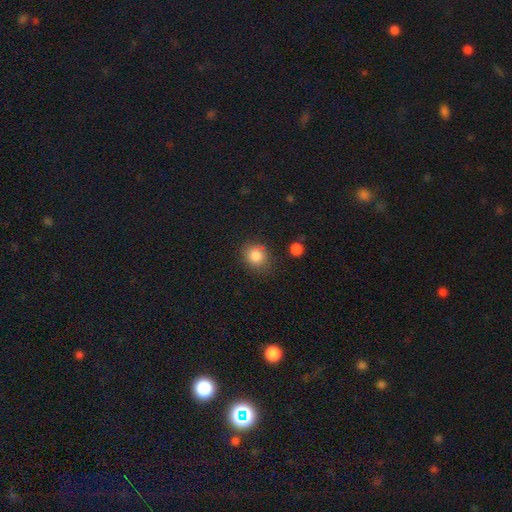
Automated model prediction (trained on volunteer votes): Q: Smooth or featured?
A: smooth (85%); runner-up: star or artifact (10%)
Q: How rounded?
A: round (74%); runner-up: in between (25%)
Q: Merging?
A: none (77%); runner-up: minor disturbance (15%)